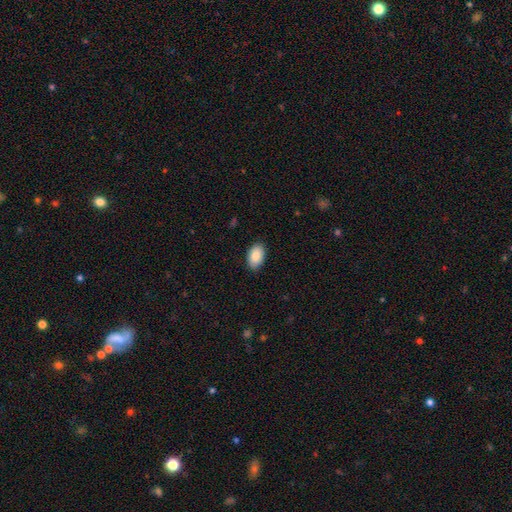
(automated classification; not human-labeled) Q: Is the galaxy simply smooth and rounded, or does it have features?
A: smooth — 87%.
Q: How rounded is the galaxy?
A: in between — 93%.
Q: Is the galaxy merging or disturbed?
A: none — 87%.